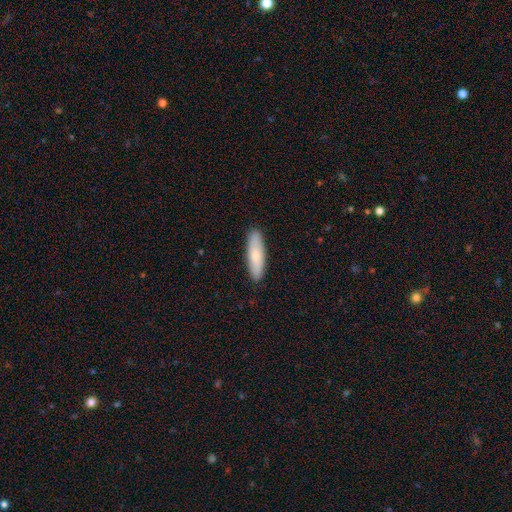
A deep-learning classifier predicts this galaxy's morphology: Q: Smooth or featured?
A: smooth (77%); runner-up: featured or disk (18%)
Q: How rounded?
A: cigar-shaped (65%); runner-up: in between (33%)
Q: Merging?
A: none (90%); runner-up: minor disturbance (8%)